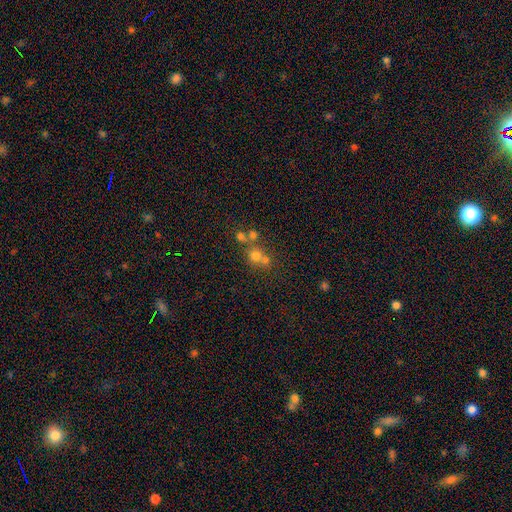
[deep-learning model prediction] This is likely a smooth galaxy (66%). How rounded: clearly round (87%). Merging: possibly none (49%).